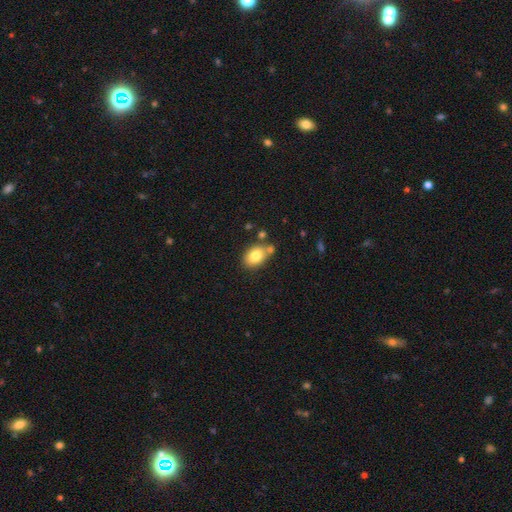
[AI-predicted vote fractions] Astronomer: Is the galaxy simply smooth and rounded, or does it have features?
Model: smooth — 80%.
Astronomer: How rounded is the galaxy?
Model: in between — 78%.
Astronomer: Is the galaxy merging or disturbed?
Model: none — 64%.